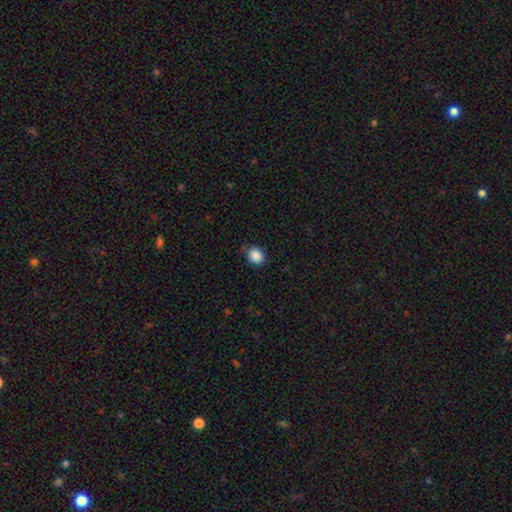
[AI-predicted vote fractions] smooth 88%, star or artifact 9%, featured or disk 3%. Down the decision tree: how rounded — round (67%); merging — none (77%).